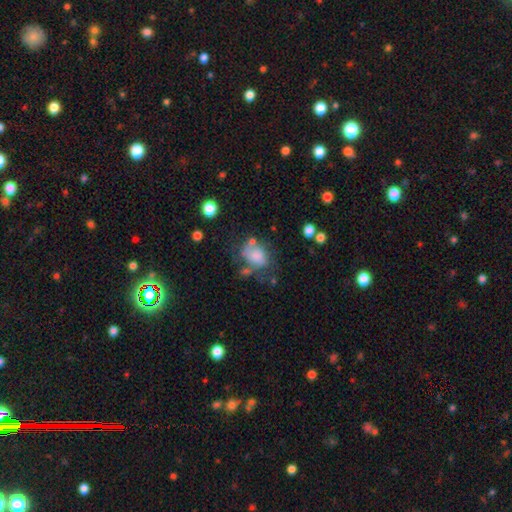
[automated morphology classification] A smooth galaxy with no disk features (64%) that is in between round and cigar-shaped (69%).

Vote fractions:
- Smooth or featured? smooth: 64% / featured or disk: 26% / star or artifact: 10%
- How rounded? in between: 69% / round: 30% / cigar-shaped: 1%
- Merging? none: 33% / major disturbance: 27% / minor disturbance: 26% / merger: 14%